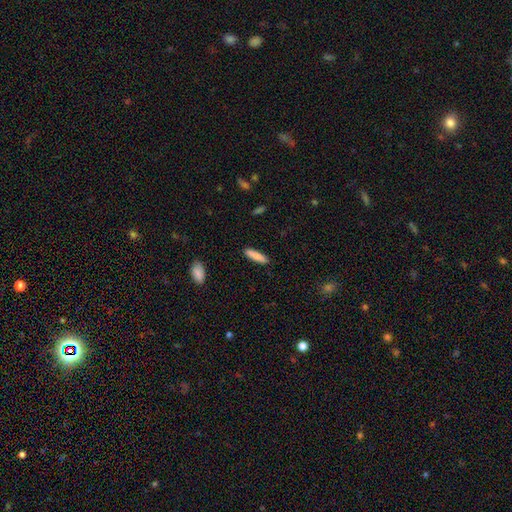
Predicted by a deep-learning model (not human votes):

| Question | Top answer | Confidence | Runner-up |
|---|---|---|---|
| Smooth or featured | smooth | 85% | featured or disk (9%) |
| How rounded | cigar-shaped | 79% | in between (20%) |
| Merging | none | 89% | minor disturbance (7%) |